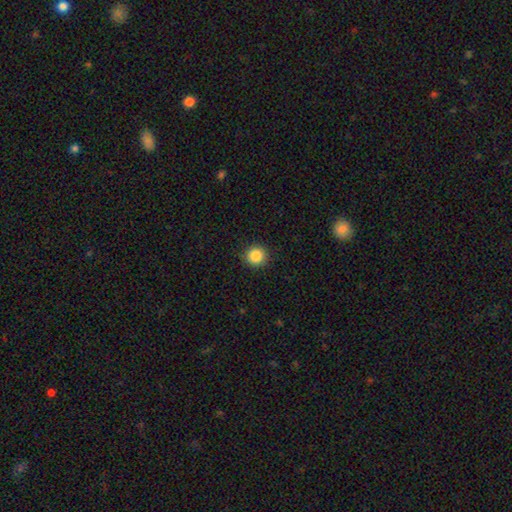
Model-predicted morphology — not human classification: The model was most divided on "smooth or featured": smooth: 86%, star or artifact: 10%, featured or disk: 4%. More confident: how rounded — round (95%); merging — none (92%).